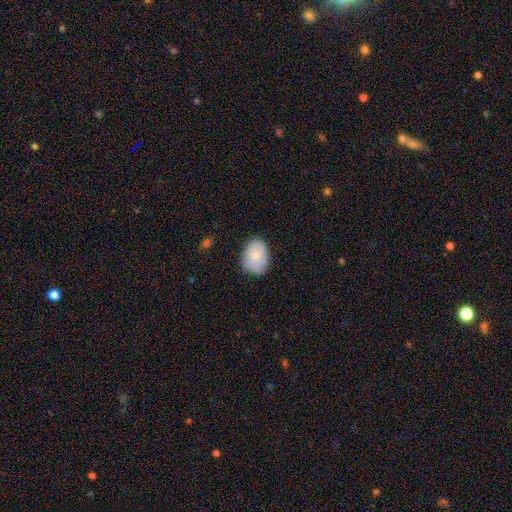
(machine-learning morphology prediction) The model was most divided on "merging": none: 67%, minor disturbance: 26%, major disturbance: 5%, merger: 2%. More confident: how rounded — in between (76%); smooth or featured — smooth (72%).